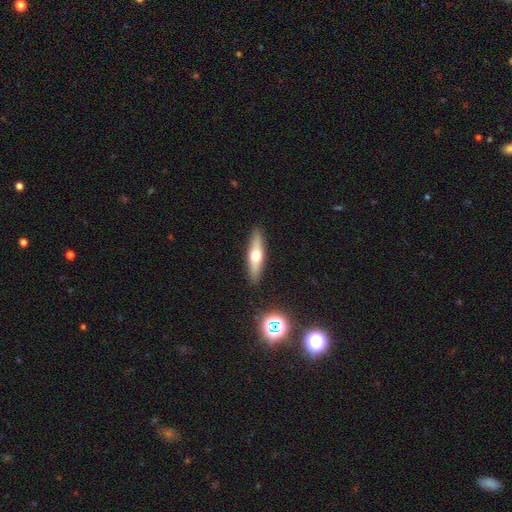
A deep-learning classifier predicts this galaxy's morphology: The model was most divided on "smooth or featured": smooth: 48%, featured or disk: 45%, star or artifact: 7%. More confident: merging — none (89%).